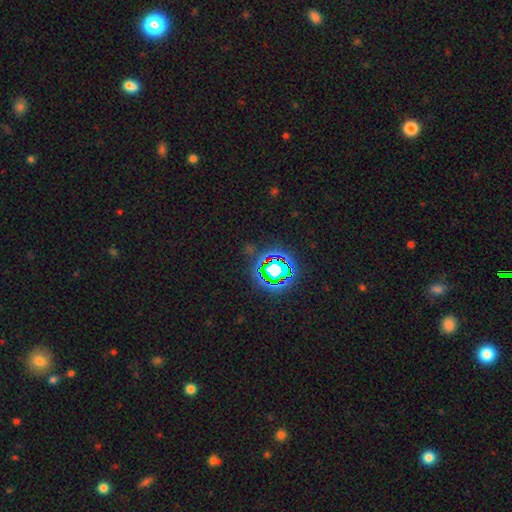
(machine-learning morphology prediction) smooth_or_featured: star or artifact (p=0.79) [alt: smooth p=0.14]